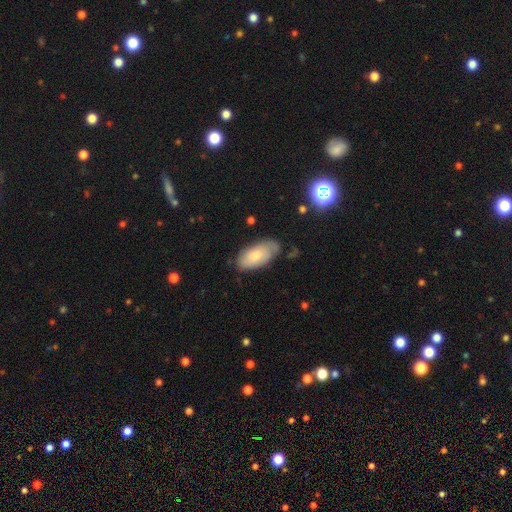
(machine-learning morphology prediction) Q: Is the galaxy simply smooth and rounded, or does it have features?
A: smooth — 71%.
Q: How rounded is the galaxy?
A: in between — 94%.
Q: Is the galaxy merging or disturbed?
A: none — 66%.